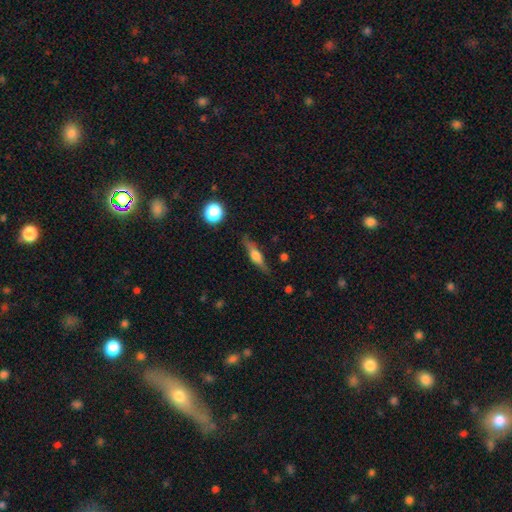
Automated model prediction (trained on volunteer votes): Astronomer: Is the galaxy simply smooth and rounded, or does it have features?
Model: featured or disk — 57% (runner-up: smooth, 35%).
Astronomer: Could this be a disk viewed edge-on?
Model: yes — 95%.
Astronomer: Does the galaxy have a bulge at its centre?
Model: rounded — 84%.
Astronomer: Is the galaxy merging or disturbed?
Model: none — 83%.